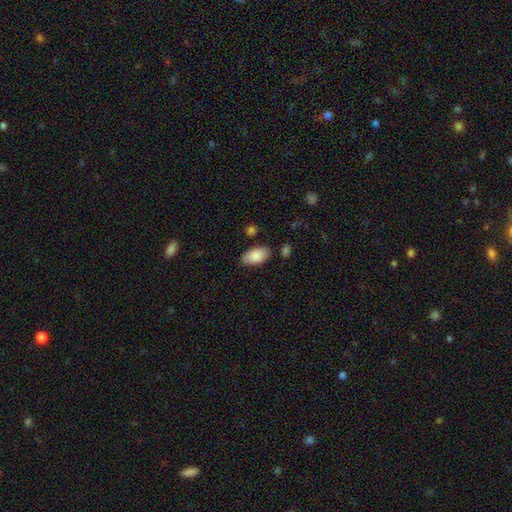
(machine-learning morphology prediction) Overall: smooth (87%). How rounded: in between (95%). Merging: none (81%).